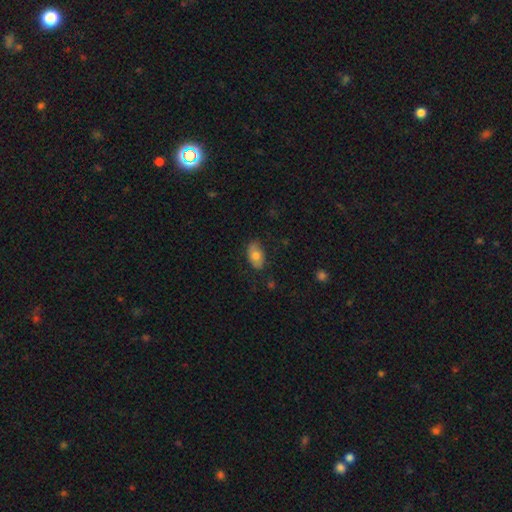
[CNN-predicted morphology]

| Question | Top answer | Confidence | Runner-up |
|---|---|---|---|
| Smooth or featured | smooth | 72% | featured or disk (20%) |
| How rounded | in between | 91% | round (7%) |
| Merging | none | 76% | minor disturbance (18%) |